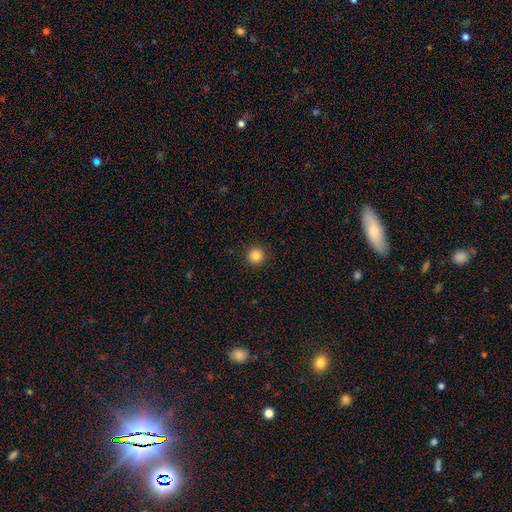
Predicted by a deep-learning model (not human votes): smooth 85%, star or artifact 11%, featured or disk 4%. Down the decision tree: how rounded — round (96%); merging — none (93%).